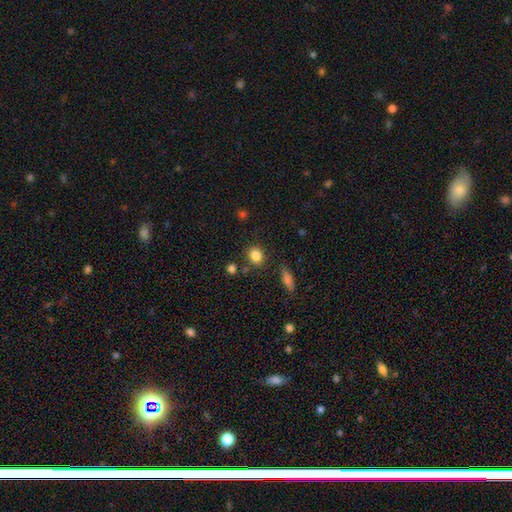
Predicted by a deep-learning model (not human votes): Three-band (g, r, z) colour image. It shows a smooth galaxy with no disk features (84%) that is round (70%). Merging: none (82%).